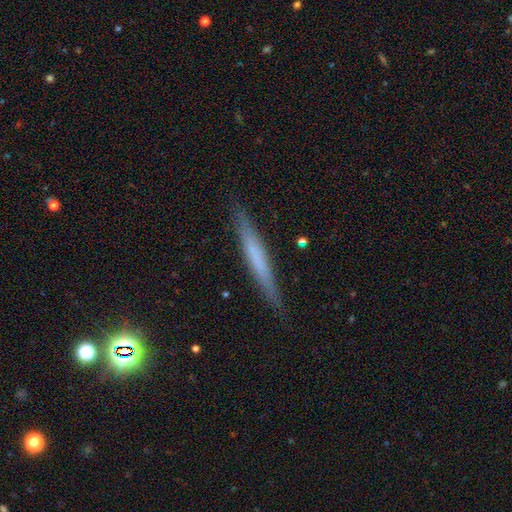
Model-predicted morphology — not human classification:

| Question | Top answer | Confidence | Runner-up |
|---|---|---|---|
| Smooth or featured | smooth | 49% | featured or disk (43%) |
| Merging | none | 88% | minor disturbance (9%) |